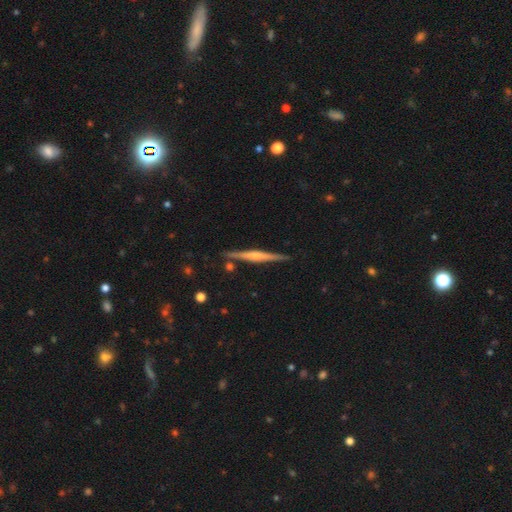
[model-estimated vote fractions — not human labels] Smooth or featured? featured or disk (73%)
Edge-on disk? yes (98%)
Edge-on bulge? rounded (64%)
Merging? none (88%)